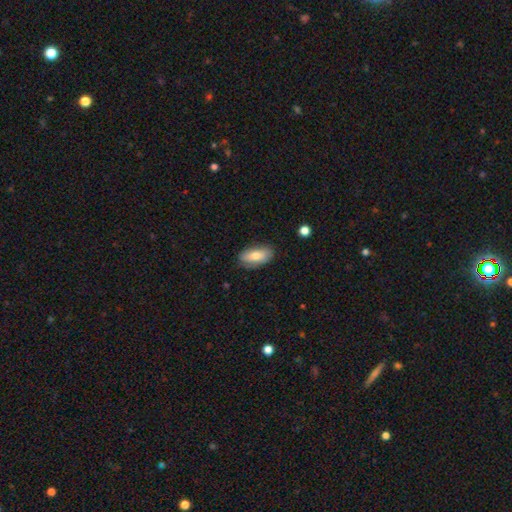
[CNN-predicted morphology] This appears to be a smooth galaxy with no disk features (74%) that is in between round and cigar-shaped (86%). Merging: none (79%).